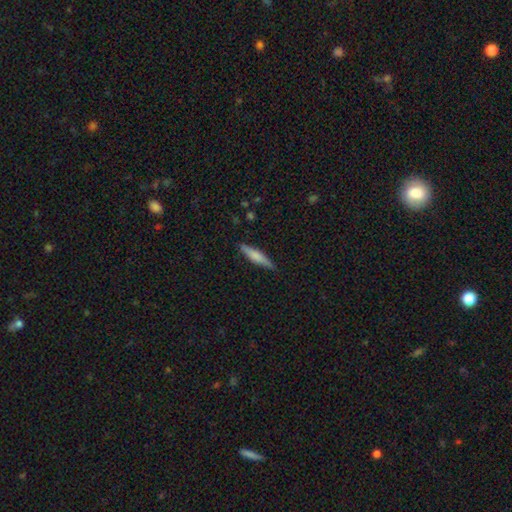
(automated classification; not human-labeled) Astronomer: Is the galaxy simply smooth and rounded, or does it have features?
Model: smooth — 64%.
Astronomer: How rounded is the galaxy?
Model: cigar-shaped — 85%.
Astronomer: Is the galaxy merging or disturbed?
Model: none — 87%.